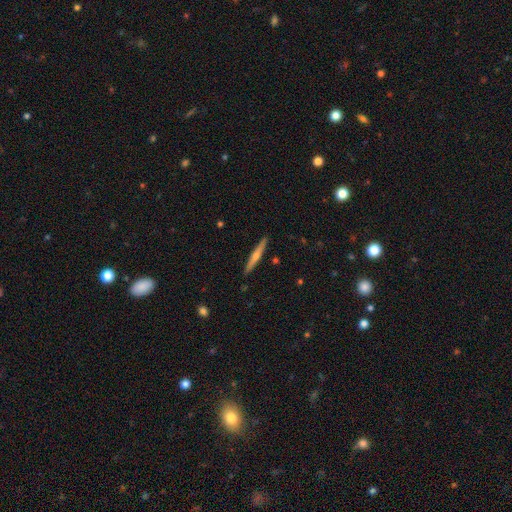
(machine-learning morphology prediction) featured or disk 65%, smooth 29%, star or artifact 6%. Down the decision tree: edge-on disk — yes (97%); edge-on bulge — rounded (83%); merging — none (91%).